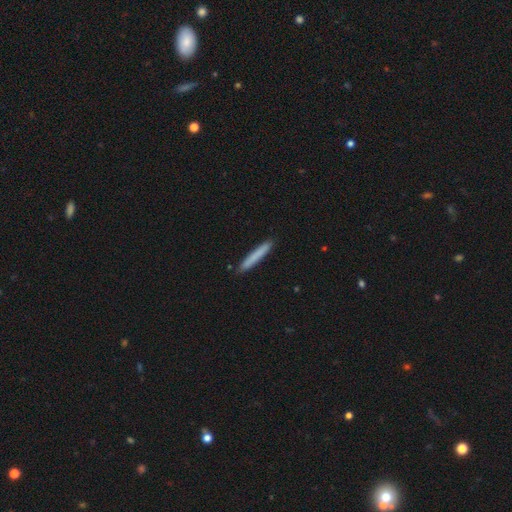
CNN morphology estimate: smooth_or_featured: smooth (p=0.78) [alt: featured or disk p=0.17]
how_rounded: cigar-shaped (p=0.96) [alt: in between p=0.02]
merging: none (p=0.91) [alt: minor disturbance p=0.06]